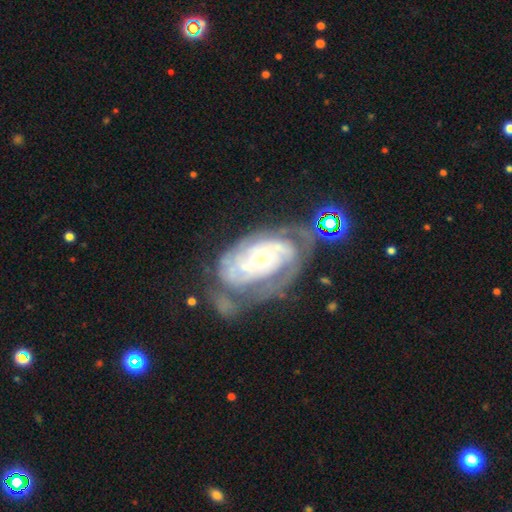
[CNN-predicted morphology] Smooth or featured? Predicted: featured or disk (p=0.87). Edge-on disk? Predicted: no (p=0.96). Bar? Predicted: no (p=0.66). Spiral arms? Predicted: yes (p=0.96). Spiral winding? Predicted: tight (p=0.73). Spiral arm count? Predicted: 2 (p=0.35). Bulge size? Predicted: small (p=0.56). Merging? Predicted: none (p=0.56).